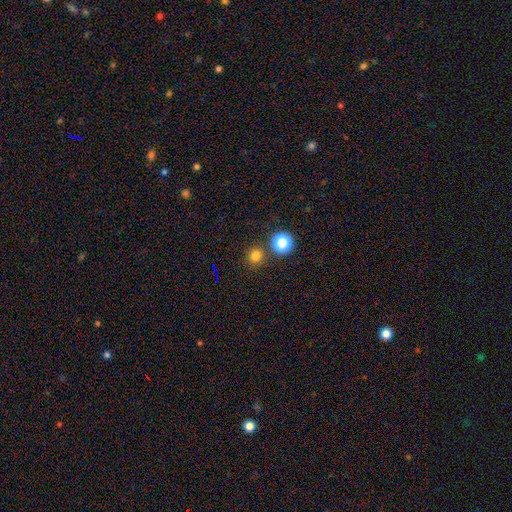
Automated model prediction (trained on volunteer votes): This appears to be a smooth galaxy with no disk features (73%) that is round (93%). Merging: none (82%).